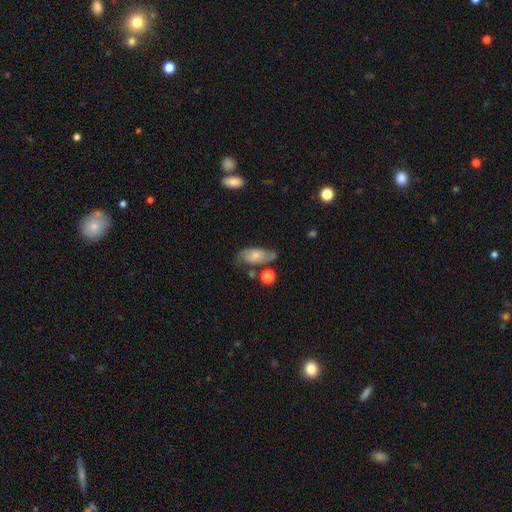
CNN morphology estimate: Smooth or featured? featured or disk (54%)
Edge-on disk? no (91%)
Merging? none (53%)